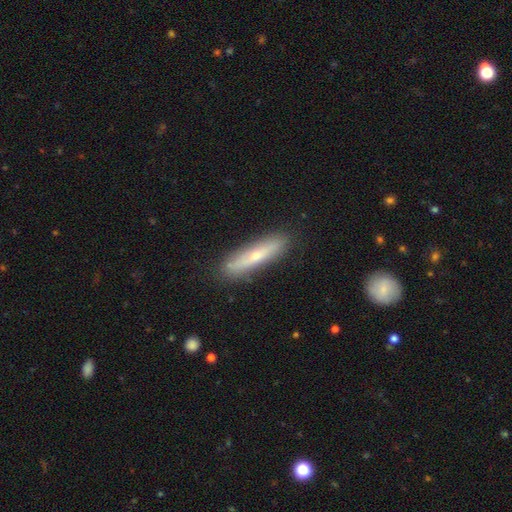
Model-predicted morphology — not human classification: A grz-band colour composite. It shows a smooth galaxy with no disk features (48%). Merging: none (87%).